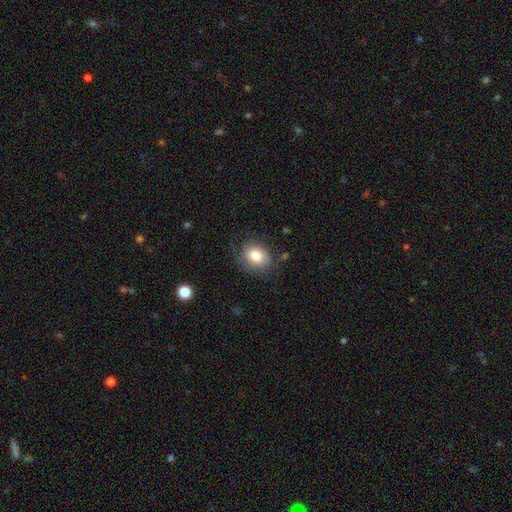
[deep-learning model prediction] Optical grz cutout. It shows a smooth galaxy with no disk features (79%) that is in between round and cigar-shaped (54%). Merging: none (68%).